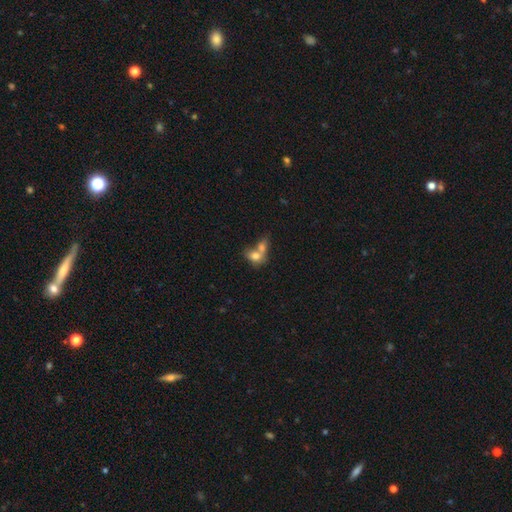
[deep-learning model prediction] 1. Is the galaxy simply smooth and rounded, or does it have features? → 74% smooth, 17% featured or disk, 9% star or artifact.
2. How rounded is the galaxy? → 62% in between, 36% round, 2% cigar-shaped.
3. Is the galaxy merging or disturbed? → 71% merger, 18% none, 7% minor disturbance, 4% major disturbance.